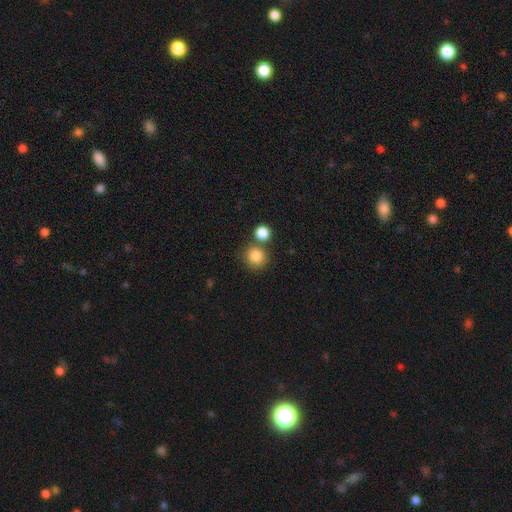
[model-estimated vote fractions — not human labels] The model was most divided on "merging": none: 70%, merger: 18%, minor disturbance: 9%, major disturbance: 3%. More confident: how rounded — round (90%); smooth or featured — smooth (84%).